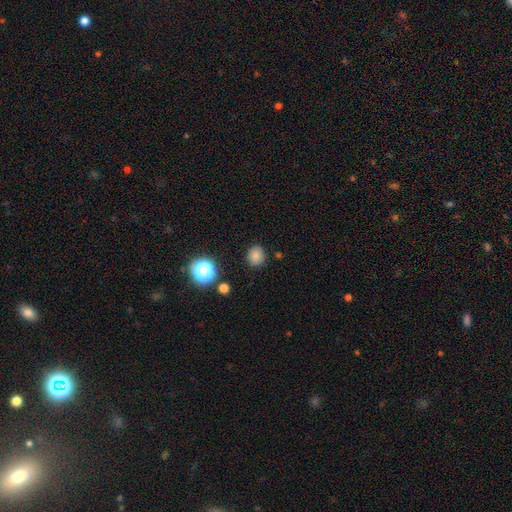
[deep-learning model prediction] smooth_or_featured: smooth (p=0.82) [alt: star or artifact p=0.14]
how_rounded: round (p=0.81) [alt: in between p=0.18]
merging: none (p=0.87) [alt: minor disturbance p=0.09]